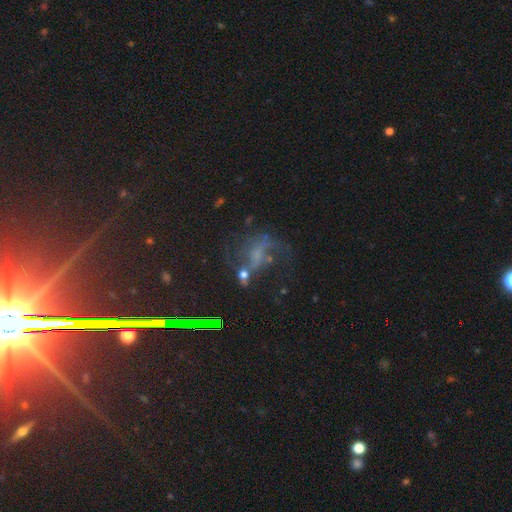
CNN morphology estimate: This appears to be a featured or disk galaxy (45%). Merging: none (36%, tied with major disturbance).